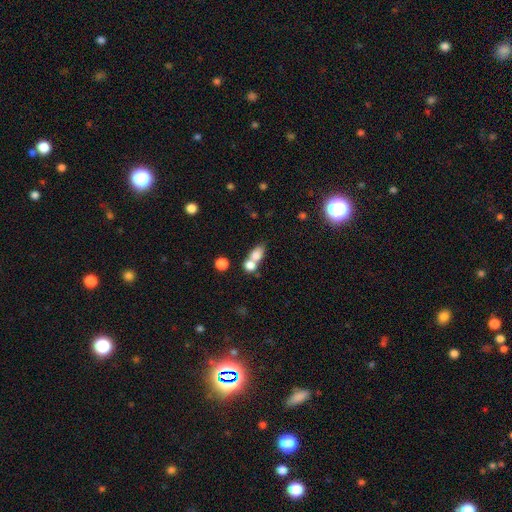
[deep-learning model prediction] Overall: smooth (76%). How rounded: in between (64%; round 31%). Merging: merger (61%; none 26%).